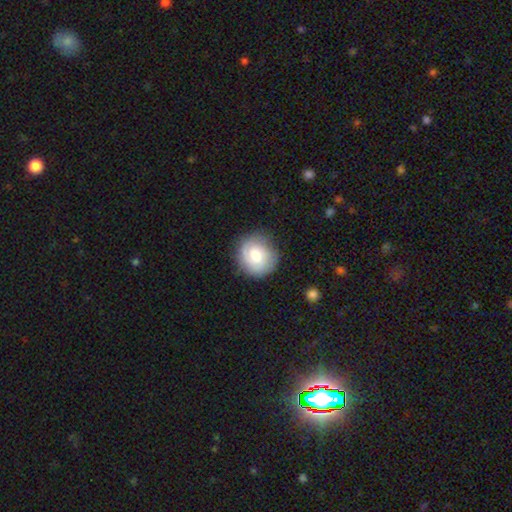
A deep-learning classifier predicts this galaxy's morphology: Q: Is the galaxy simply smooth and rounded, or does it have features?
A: smooth — 70%.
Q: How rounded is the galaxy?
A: round — 86%.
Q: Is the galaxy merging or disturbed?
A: none — 80%.